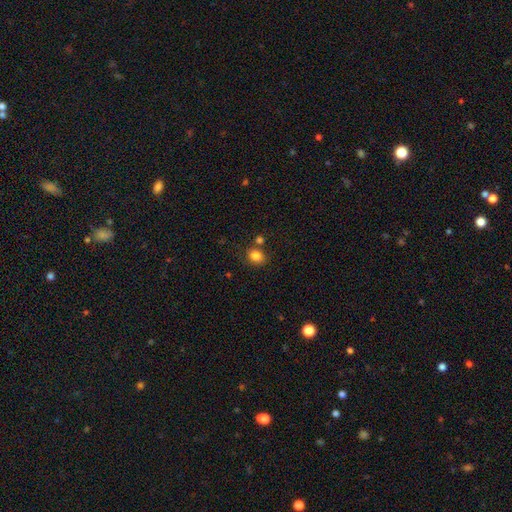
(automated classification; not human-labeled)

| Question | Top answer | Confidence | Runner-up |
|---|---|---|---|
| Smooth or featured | smooth | 83% | star or artifact (11%) |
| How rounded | round | 60% | in between (39%) |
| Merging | none | 71% | minor disturbance (13%) |